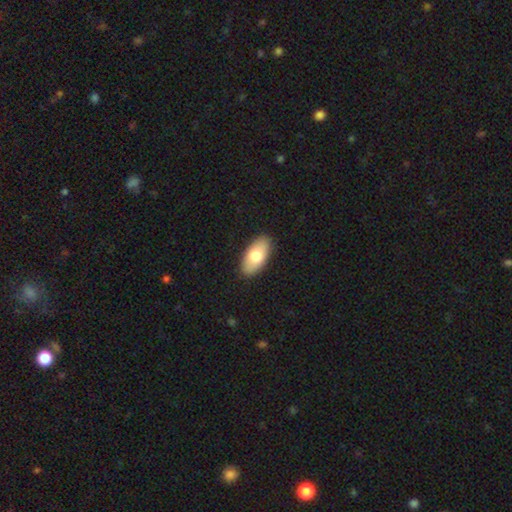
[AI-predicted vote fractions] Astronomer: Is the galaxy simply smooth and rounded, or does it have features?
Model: smooth — 76%.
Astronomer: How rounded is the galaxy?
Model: in between — 93%.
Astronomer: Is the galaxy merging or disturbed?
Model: none — 89%.